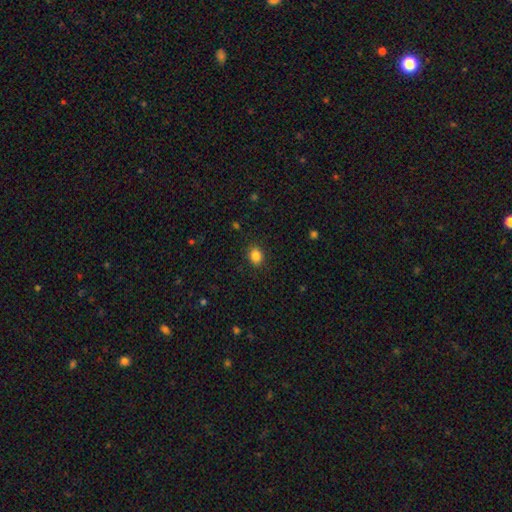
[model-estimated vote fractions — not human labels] Overall: smooth (85%). How rounded: round (57%; in between 42%). Merging: none (88%).